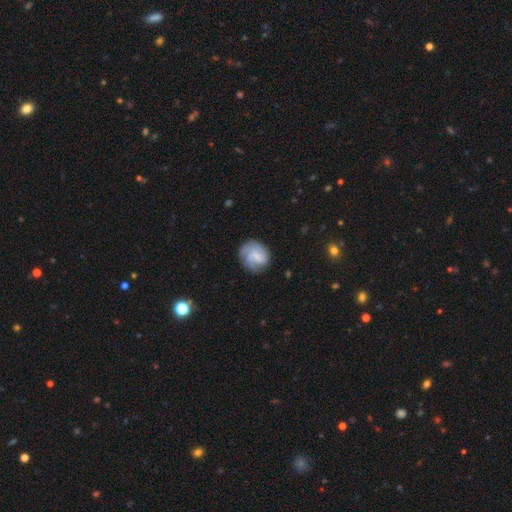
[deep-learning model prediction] featured or disk 66%, smooth 28%, star or artifact 7%. Down the decision tree: edge-on disk — no (98%); bar — weak (48%); spiral arms — yes (90%); spiral arm count — can't tell (29%); spiral winding — tight (44%); bulge size — small (45%); merging — none (66%).